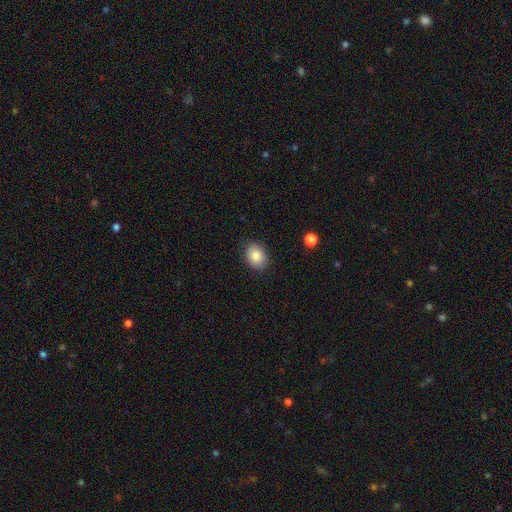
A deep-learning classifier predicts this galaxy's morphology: Smooth or featured?
  - smooth: 85% *
  - star or artifact: 8%
  - featured or disk: 7%
How rounded?
  - in between: 65% *
  - round: 34%
  - cigar-shaped: 1%
Merging?
  - none: 86% *
  - minor disturbance: 10%
  - major disturbance: 2%
  - merger: 1%